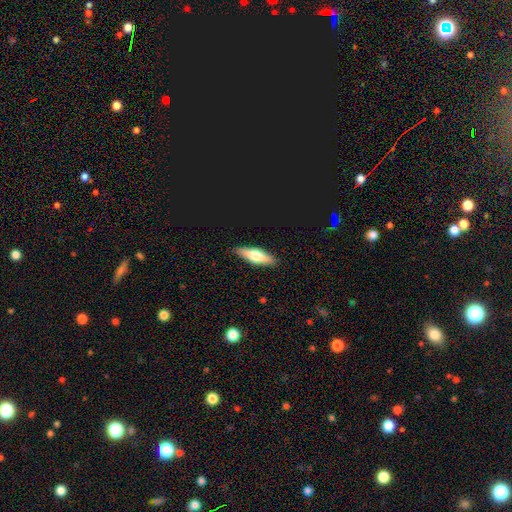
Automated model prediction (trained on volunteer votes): Q: Smooth or featured?
A: smooth (58%); runner-up: featured or disk (35%)
Q: How rounded?
A: cigar-shaped (52%); runner-up: in between (46%)
Q: Merging?
A: none (89%); runner-up: minor disturbance (8%)